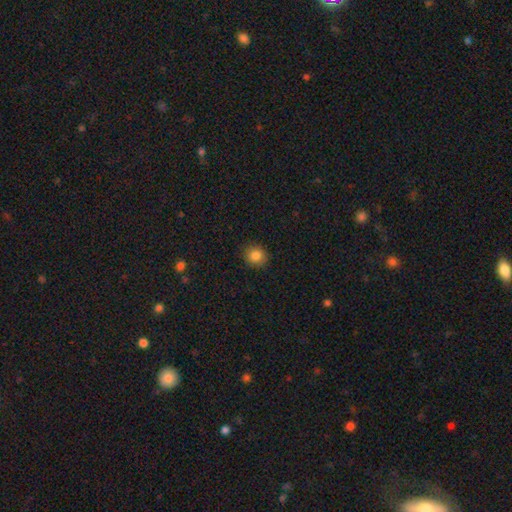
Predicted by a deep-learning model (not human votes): Smooth or featured? Predicted: smooth (p=0.84). How rounded? Predicted: round (p=0.86). Merging? Predicted: none (p=0.89).